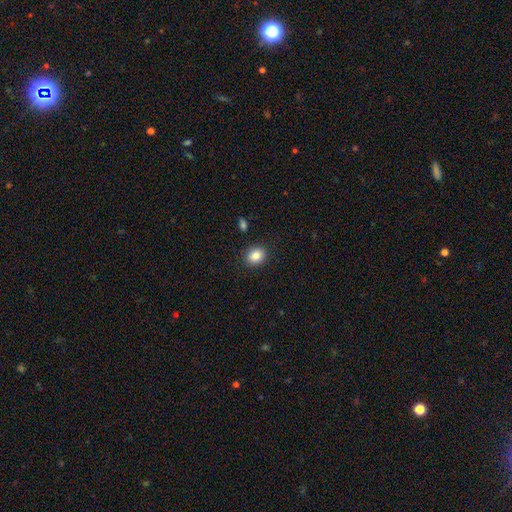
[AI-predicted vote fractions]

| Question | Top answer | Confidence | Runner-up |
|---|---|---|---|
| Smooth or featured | smooth | 85% | star or artifact (9%) |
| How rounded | round | 52% | in between (47%) |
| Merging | none | 89% | minor disturbance (8%) |